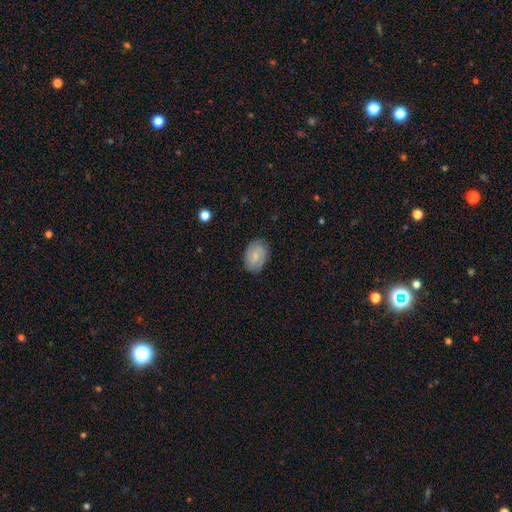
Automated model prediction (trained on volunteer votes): This is possibly a featured or disk galaxy (51%). It is clearly not viewed edge-on (97%). Merging: clearly none (83%).